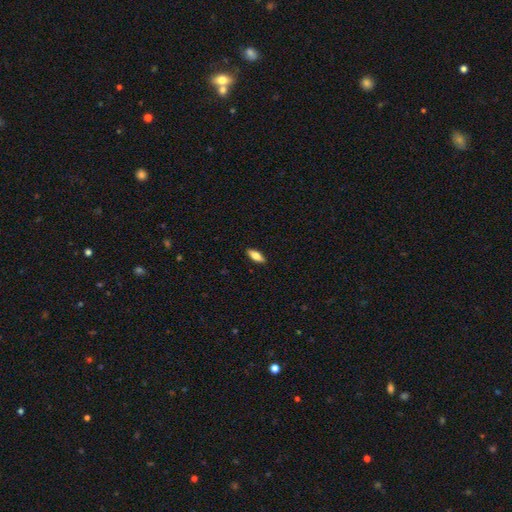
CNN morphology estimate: smooth 72%, featured or disk 22%, star or artifact 6%. Down the decision tree: how rounded — in between (71%); merging — none (89%).